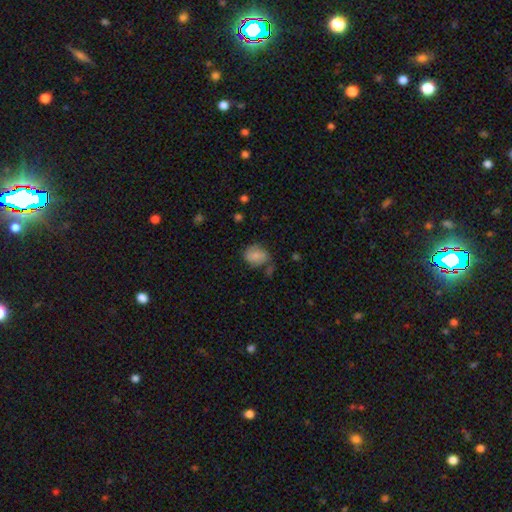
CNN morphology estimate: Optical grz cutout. It shows a smooth galaxy with no disk features (77%) that is round (57%). Merging: none (59%).